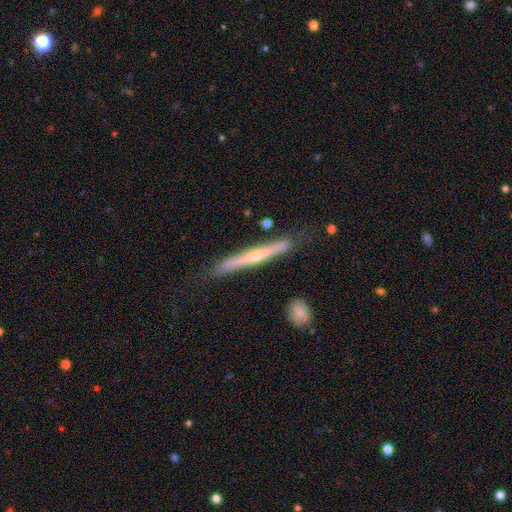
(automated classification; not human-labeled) featured or disk 68%, smooth 26%, star or artifact 6%. Down the decision tree: edge-on disk — yes (96%); edge-on bulge — rounded (67%); merging — none (81%).